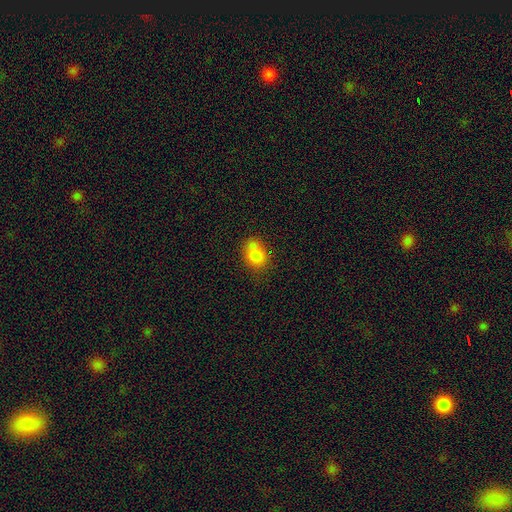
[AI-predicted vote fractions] A smooth galaxy with no disk features (80%) that is in between round and cigar-shaped (59%).

Vote fractions:
- Smooth or featured? smooth: 80% / star or artifact: 10% / featured or disk: 10%
- How rounded? in between: 59% / round: 40% / cigar-shaped: 1%
- Merging? none: 50% / merger: 23% / minor disturbance: 21% / major disturbance: 7%